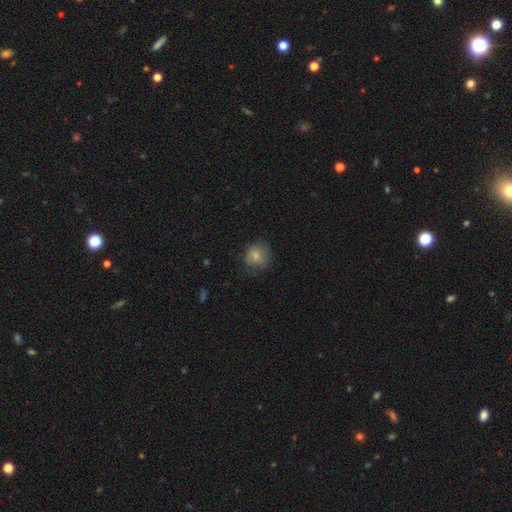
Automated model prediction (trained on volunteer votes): This appears to be a smooth galaxy with no disk features (77%) that is round (78%). Merging: none (67%).